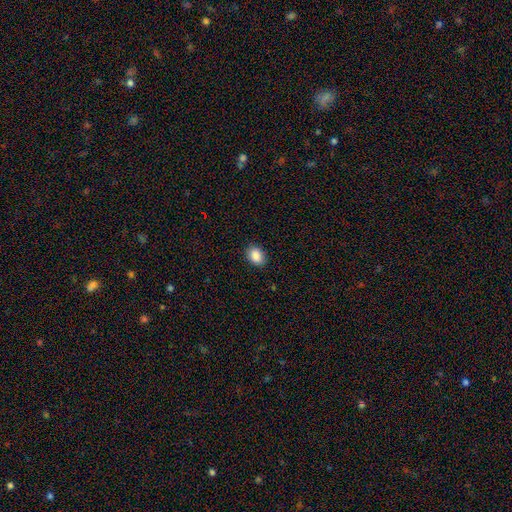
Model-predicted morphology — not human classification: Smooth or featured: smooth — 88% (star or artifact — 8%)
How rounded: in between — 68% (round — 31%)
Merging: none — 89% (minor disturbance — 8%)